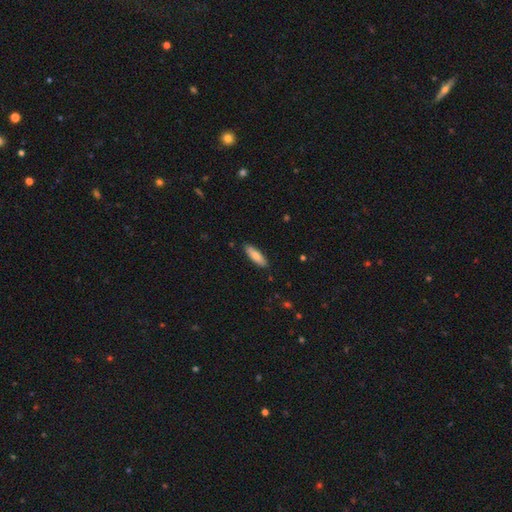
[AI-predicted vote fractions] smooth_or_featured: smooth (p=0.80) [alt: featured or disk p=0.15]
how_rounded: cigar-shaped (p=0.57) [alt: in between p=0.42]
merging: none (p=0.88) [alt: minor disturbance p=0.09]